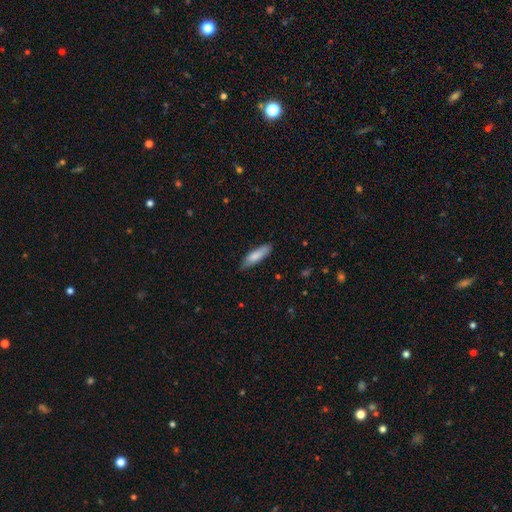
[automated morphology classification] smooth 80%, featured or disk 14%, star or artifact 6%. Down the decision tree: how rounded — cigar-shaped (62%); merging — none (79%).